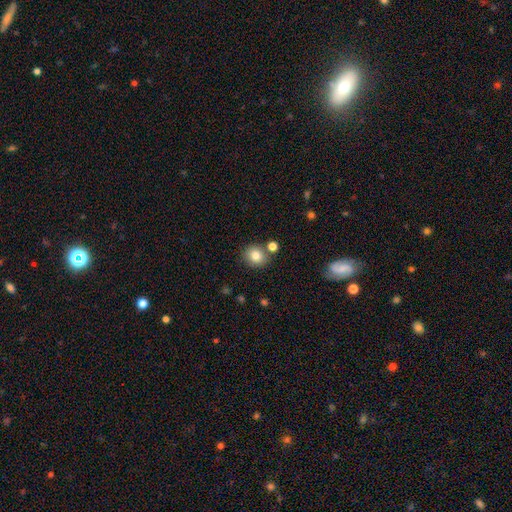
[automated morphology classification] The model was most divided on "how rounded": round: 80%, in between: 19%, cigar-shaped: 1%. More confident: smooth or featured — smooth (80%); merging — none (77%).